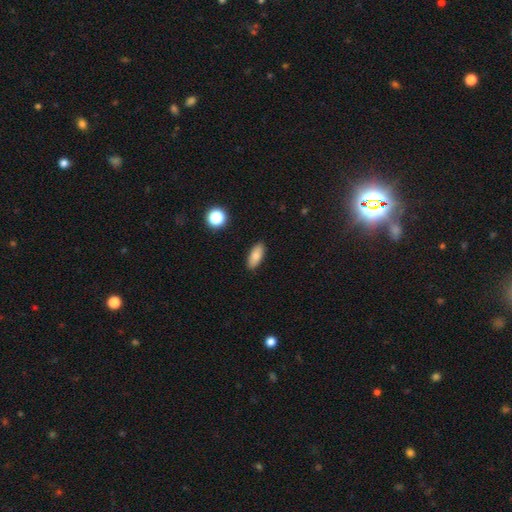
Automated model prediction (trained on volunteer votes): Smooth or featured?
  - smooth: 82% *
  - featured or disk: 10%
  - star or artifact: 8%
How rounded?
  - in between: 82% *
  - cigar-shaped: 15%
  - round: 3%
Merging?
  - none: 89% *
  - minor disturbance: 8%
  - major disturbance: 2%
  - merger: 1%